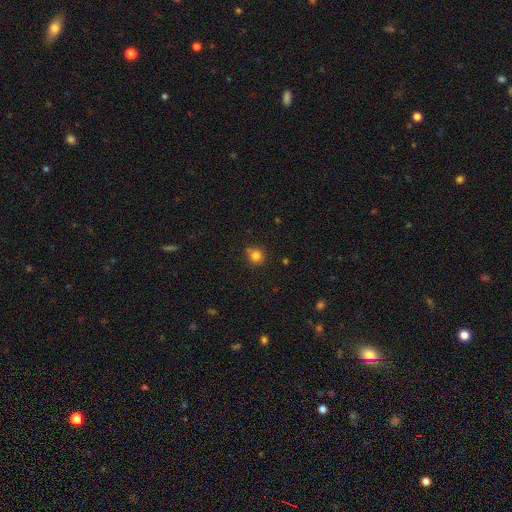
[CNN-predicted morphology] smooth_or_featured: smooth (p=0.82) [alt: star or artifact p=0.13]
how_rounded: round (p=0.89) [alt: in between p=0.10]
merging: none (p=0.76) [alt: minor disturbance p=0.15]